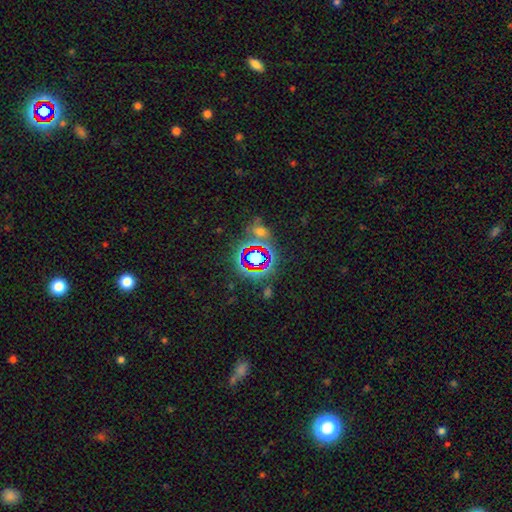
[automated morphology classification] Smooth or featured? Predicted: star or artifact (p=0.62).